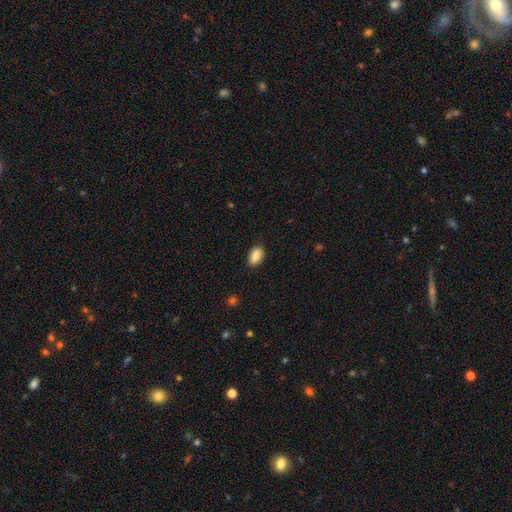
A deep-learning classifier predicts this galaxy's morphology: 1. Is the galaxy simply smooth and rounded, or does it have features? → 87% smooth, 7% star or artifact, 6% featured or disk.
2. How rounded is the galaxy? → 92% in between, 5% round, 3% cigar-shaped.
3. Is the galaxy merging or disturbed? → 87% none, 10% minor disturbance, 2% major disturbance, 1% merger.